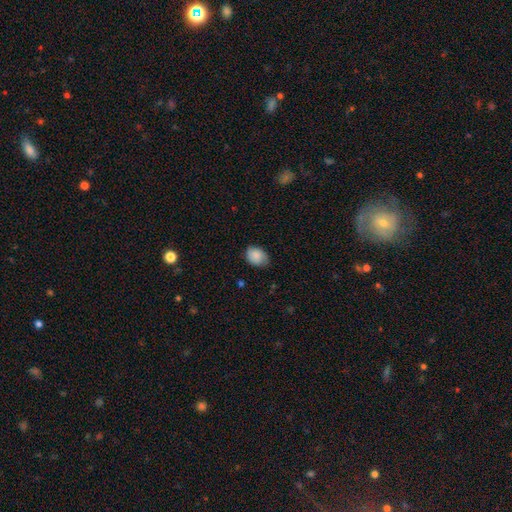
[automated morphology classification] Overall: smooth (83%). How rounded: in between (63%; round 36%). Merging: none (64%; minor disturbance 29%).